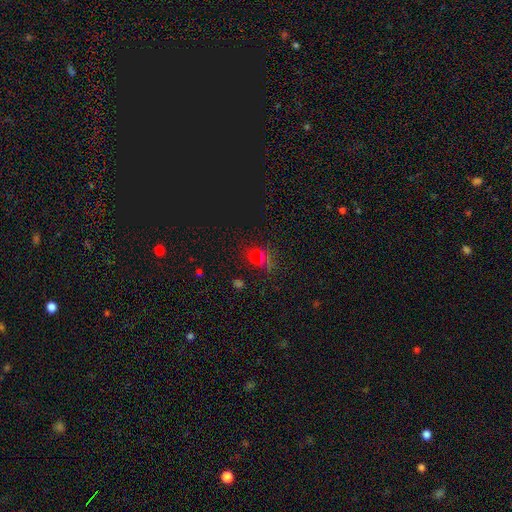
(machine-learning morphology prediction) This is possibly a star or artifact rather than a galaxy (48%).